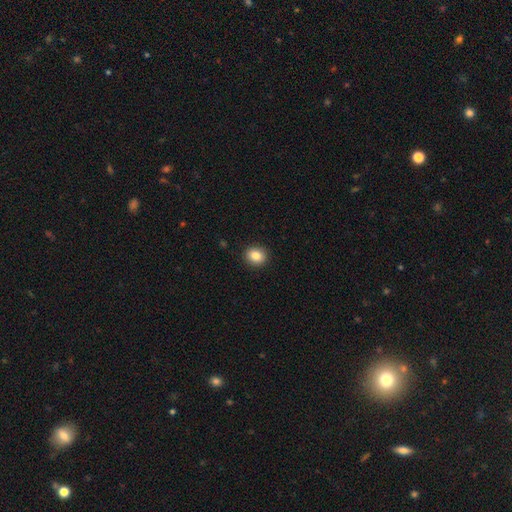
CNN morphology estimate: This appears to be a smooth galaxy with no disk features (85%) that is round (71%). Merging: none (92%).